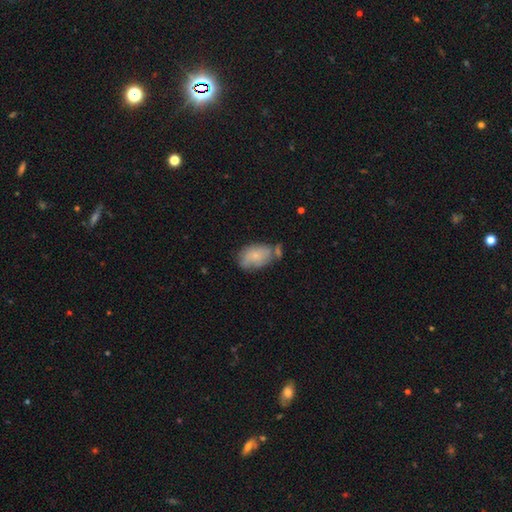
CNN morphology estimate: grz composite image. It shows a smooth galaxy with no disk features (64%) that is in between round and cigar-shaped (86%). Merging: none (45%).